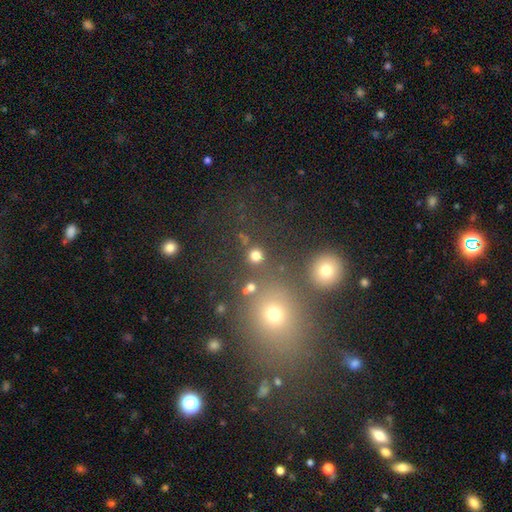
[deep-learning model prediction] Smooth or featured?
  - smooth: 77% *
  - star or artifact: 17%
  - featured or disk: 5%
How rounded?
  - round: 91% *
  - in between: 8%
  - cigar-shaped: 1%
Merging?
  - none: 82% *
  - merger: 8%
  - minor disturbance: 7%
  - major disturbance: 4%